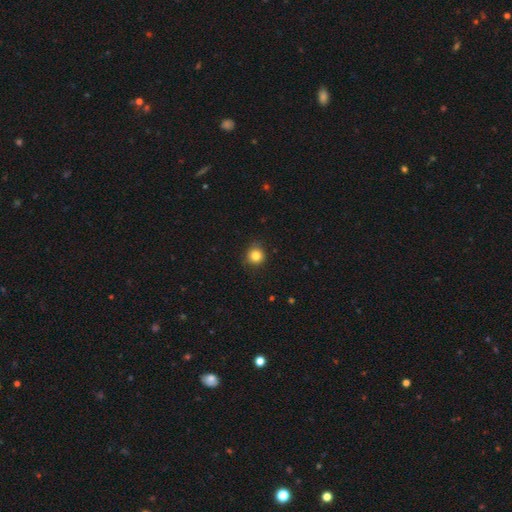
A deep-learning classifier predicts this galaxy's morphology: Smooth or featured: smooth — 84% (star or artifact — 11%)
How rounded: round — 93% (in between — 6%)
Merging: none — 86% (minor disturbance — 11%)